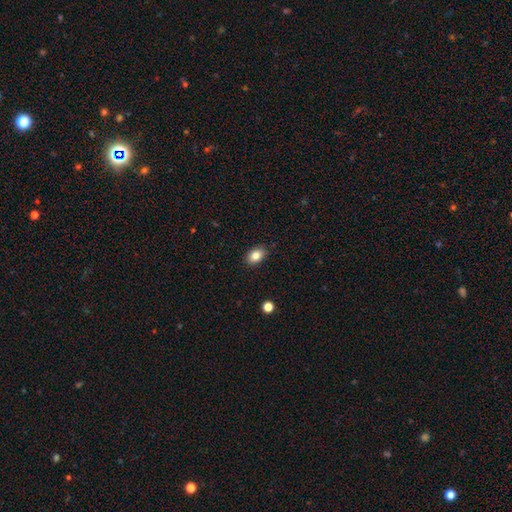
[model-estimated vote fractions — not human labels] smooth 84%, star or artifact 9%, featured or disk 7%. Down the decision tree: how rounded — in between (80%); merging — none (87%).